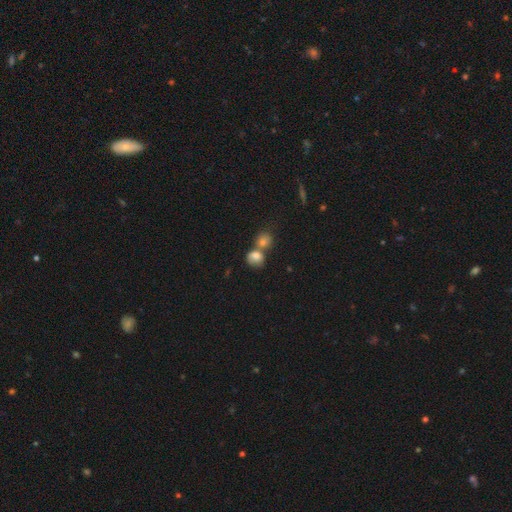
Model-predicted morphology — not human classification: type=smooth (80%); roundness=round (60%); merging=merger (55%).